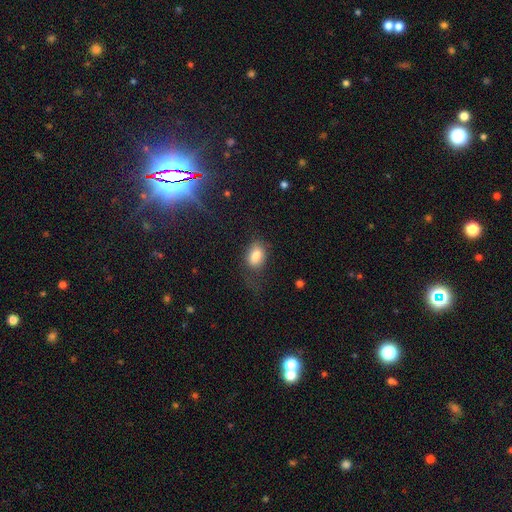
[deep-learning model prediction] Morphology: type=smooth (82%); roundness=in between (84%); merging=none (55%).